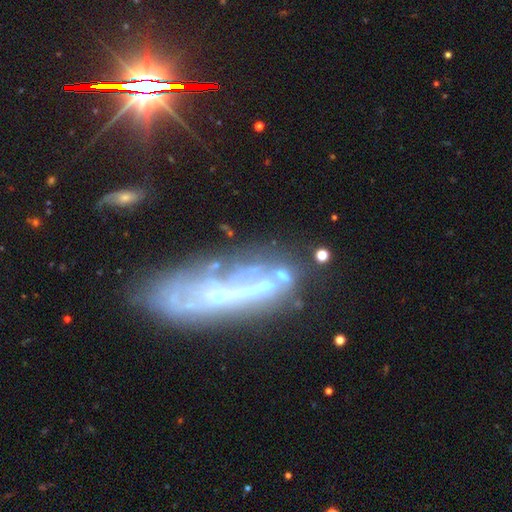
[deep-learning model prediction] This appears to be a featured or disk galaxy (63%). Merging: none (45%).